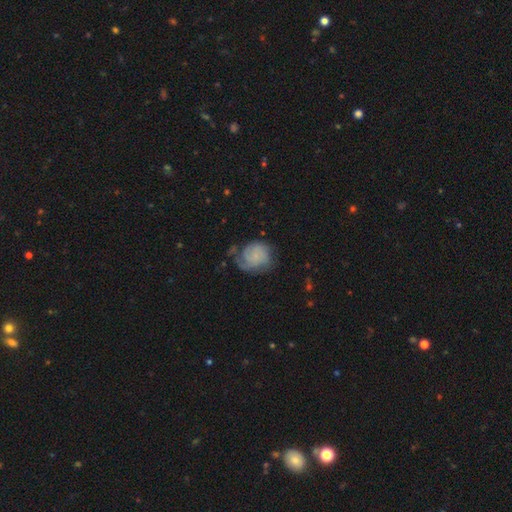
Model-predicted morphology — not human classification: Smooth or featured? Predicted: featured or disk (p=0.51). Edge-on disk? Predicted: no (p=0.98). Bar? Predicted: no (p=0.79). Spiral arms? Predicted: yes (p=0.84). Bulge size? Predicted: none (p=0.54). Merging? Predicted: none (p=0.46).